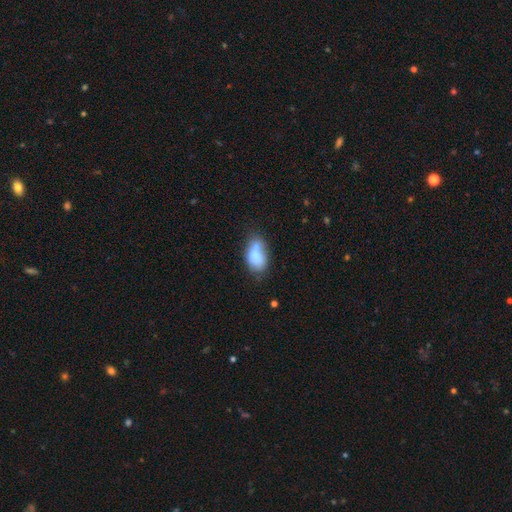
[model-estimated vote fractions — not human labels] Smooth or featured? Predicted: smooth (p=0.76). How rounded? Predicted: in between (p=0.83). Merging? Predicted: merger (p=0.43).